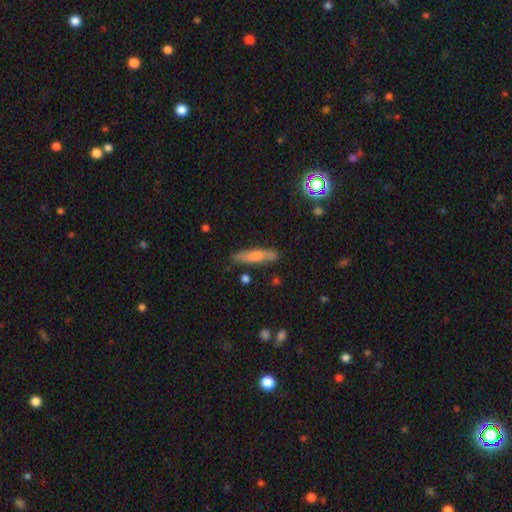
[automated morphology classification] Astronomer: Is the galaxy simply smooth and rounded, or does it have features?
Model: smooth — 61%.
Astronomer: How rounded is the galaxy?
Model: cigar-shaped — 81%.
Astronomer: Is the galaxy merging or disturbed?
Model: none — 83%.